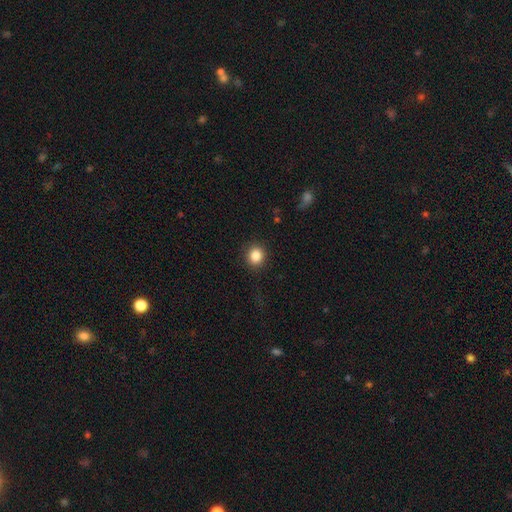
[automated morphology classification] Q: Smooth or featured?
A: smooth (85%); runner-up: star or artifact (10%)
Q: How rounded?
A: round (87%); runner-up: in between (12%)
Q: Merging?
A: none (90%); runner-up: minor disturbance (6%)